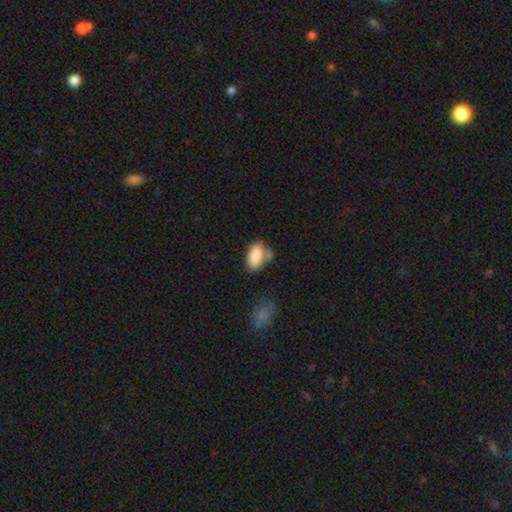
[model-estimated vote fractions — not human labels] A smooth galaxy with no disk features (85%) that is in between round and cigar-shaped (93%). Merging: none (51%).